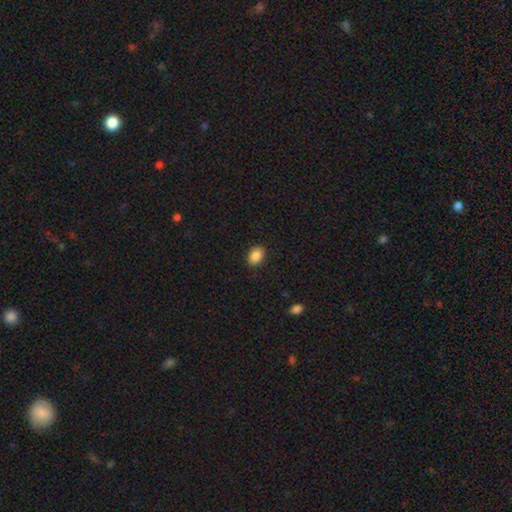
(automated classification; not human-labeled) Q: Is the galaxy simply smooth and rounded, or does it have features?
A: smooth — 88%.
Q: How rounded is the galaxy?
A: in between — 76%.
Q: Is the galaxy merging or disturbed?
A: none — 89%.